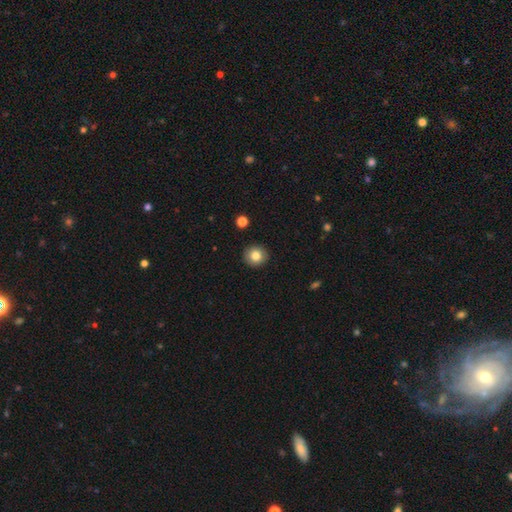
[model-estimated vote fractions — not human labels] smooth-or-featured: smooth: 82% | star or artifact: 9% | featured or disk: 8%
  how-rounded: round: 90% | in between: 9% | cigar-shaped: 1%
  merging: none: 92% | minor disturbance: 6% | major disturbance: 2% | merger: 1%